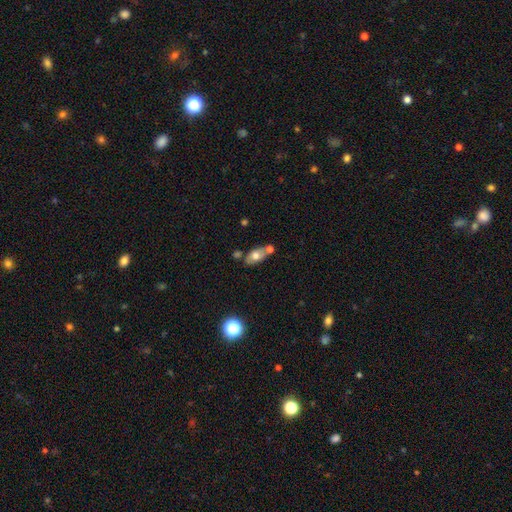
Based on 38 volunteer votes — Q: Smooth or featured?
A: smooth (53%); runner-up: featured or disk (39%)
Q: How rounded?
A: in between (100%)
Q: Merging?
A: none (37%); tied with: merger (37%)